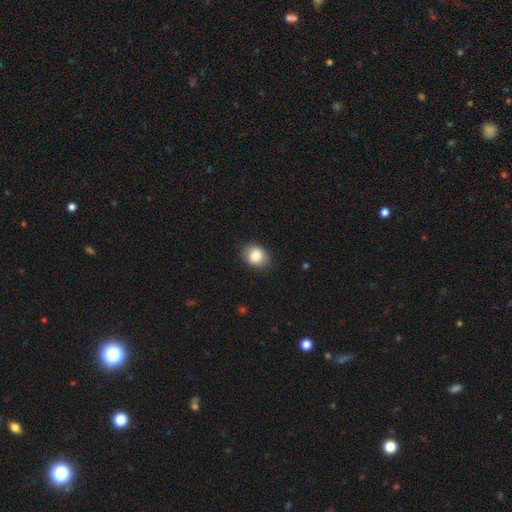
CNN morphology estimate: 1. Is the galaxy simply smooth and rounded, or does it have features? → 85% smooth, 8% star or artifact, 7% featured or disk.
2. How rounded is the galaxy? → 54% round, 45% in between, 1% cigar-shaped.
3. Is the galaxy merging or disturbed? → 84% none, 13% minor disturbance, 3% major disturbance, 1% merger.